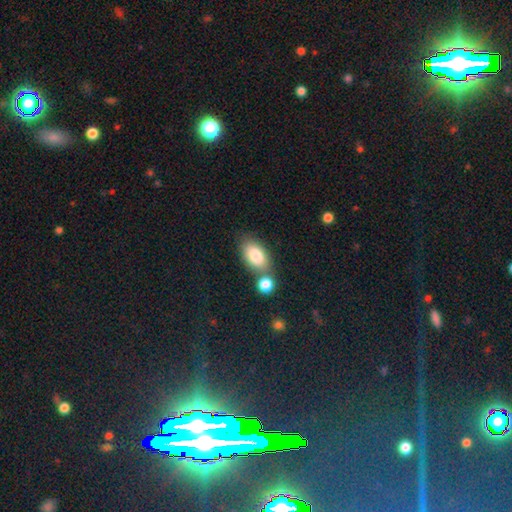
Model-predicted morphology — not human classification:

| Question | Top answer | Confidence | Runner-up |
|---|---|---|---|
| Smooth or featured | smooth | 83% | featured or disk (9%) |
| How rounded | in between | 91% | round (7%) |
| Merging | none | 56% | merger (26%) |